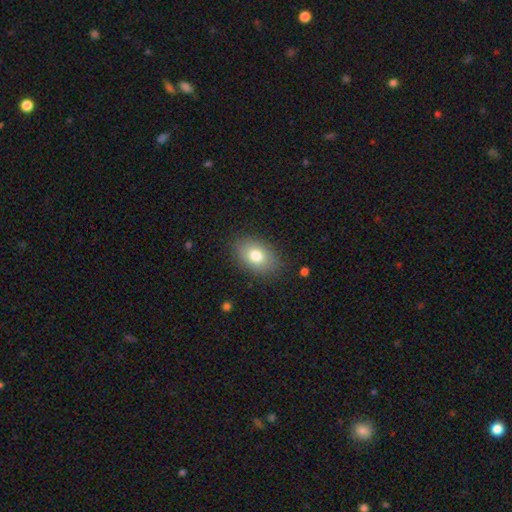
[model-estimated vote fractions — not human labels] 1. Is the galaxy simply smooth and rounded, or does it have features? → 77% smooth, 14% featured or disk, 8% star or artifact.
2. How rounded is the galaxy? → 84% in between, 15% round, 1% cigar-shaped.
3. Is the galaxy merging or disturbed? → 84% none, 12% minor disturbance, 3% major disturbance, 1% merger.